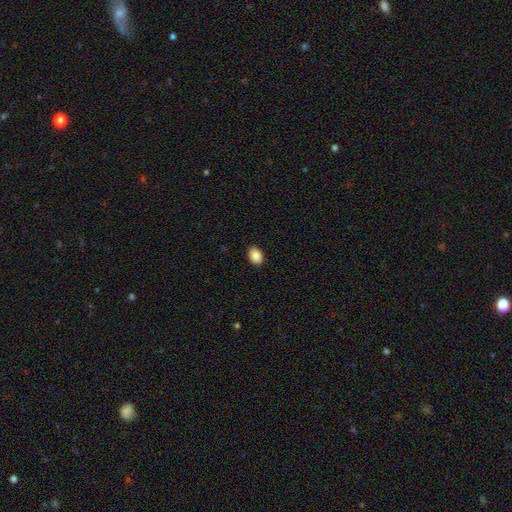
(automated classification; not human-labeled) Smooth or featured: smooth — 88% (star or artifact — 8%)
How rounded: in between — 82% (round — 17%)
Merging: none — 89% (minor disturbance — 8%)